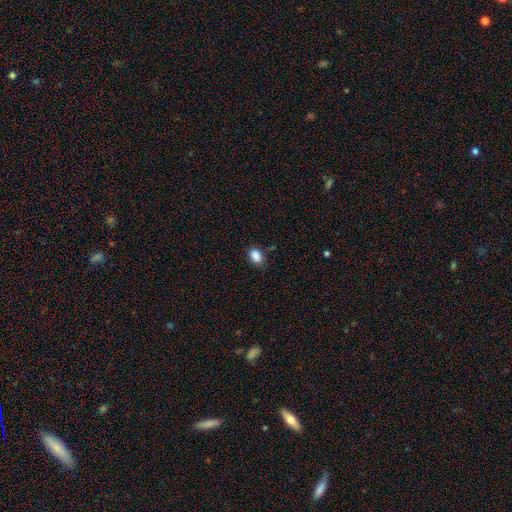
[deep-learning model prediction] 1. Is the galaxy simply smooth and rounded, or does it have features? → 87% smooth, 9% star or artifact, 4% featured or disk.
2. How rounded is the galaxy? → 81% in between, 17% round, 1% cigar-shaped.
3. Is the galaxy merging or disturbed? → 76% none, 18% minor disturbance, 4% major disturbance, 2% merger.